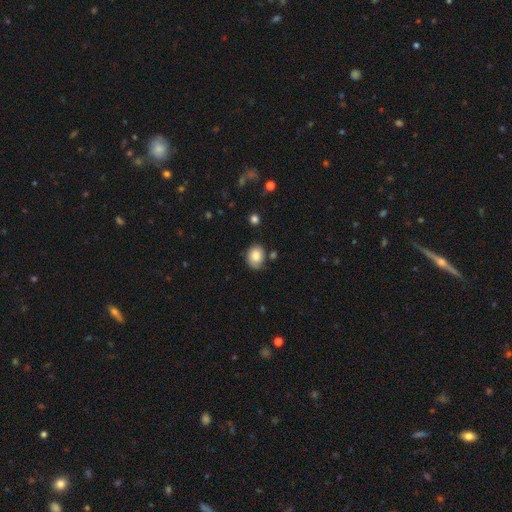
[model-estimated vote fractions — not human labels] A smooth galaxy with no disk features (78%) that is round (55%).

Vote fractions:
- Smooth or featured? smooth: 78% / featured or disk: 14% / star or artifact: 9%
- How rounded? round: 55% / in between: 44% / cigar-shaped: 1%
- Merging? none: 65% / minor disturbance: 25% / major disturbance: 6% / merger: 4%